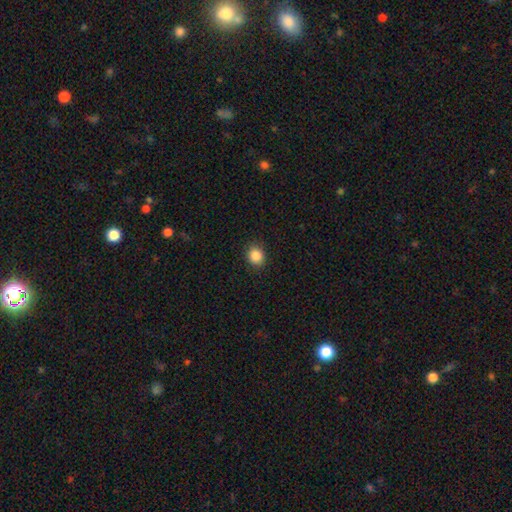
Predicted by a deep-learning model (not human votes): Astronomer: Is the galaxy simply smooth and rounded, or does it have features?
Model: smooth — 87%.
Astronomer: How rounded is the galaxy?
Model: round — 72%.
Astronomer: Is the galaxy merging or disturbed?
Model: none — 89%.